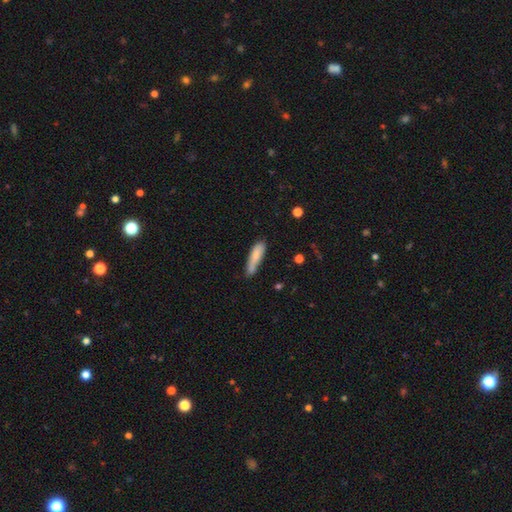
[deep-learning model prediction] Smooth or featured?
  - smooth: 79% *
  - featured or disk: 15%
  - star or artifact: 7%
How rounded?
  - cigar-shaped: 72% *
  - in between: 27%
  - round: 2%
Merging?
  - none: 60% *
  - minor disturbance: 27%
  - merger: 7%
  - major disturbance: 5%